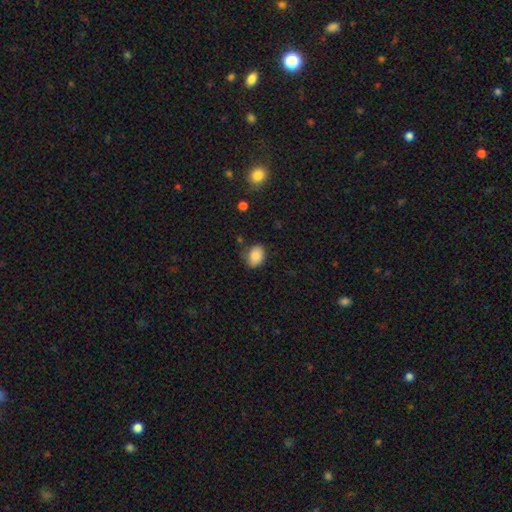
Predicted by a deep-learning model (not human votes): smooth-or-featured: smooth: 86% | star or artifact: 8% | featured or disk: 6%
  how-rounded: in between: 72% | round: 27% | cigar-shaped: 1%
  merging: none: 69% | minor disturbance: 23% | major disturbance: 5% | merger: 2%